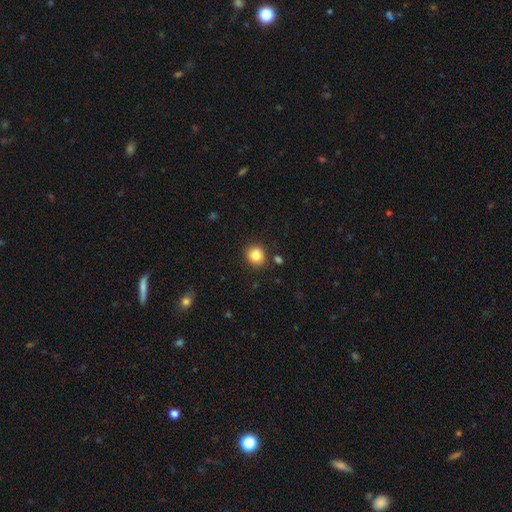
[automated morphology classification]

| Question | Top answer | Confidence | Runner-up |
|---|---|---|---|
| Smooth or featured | smooth | 84% | star or artifact (10%) |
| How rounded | round | 83% | in between (16%) |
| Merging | none | 85% | minor disturbance (9%) |